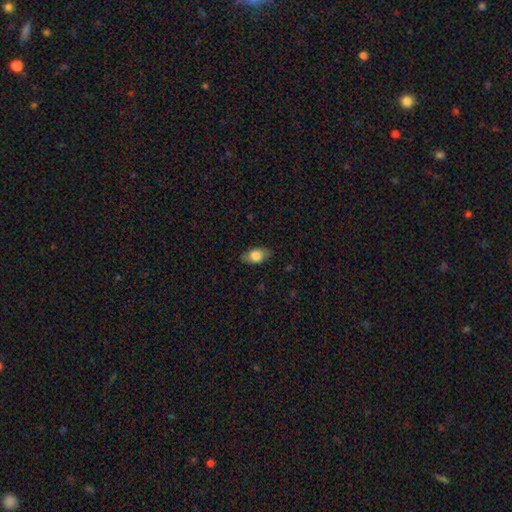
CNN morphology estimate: A smooth galaxy with no disk features (78%) that is in between round and cigar-shaped (90%). Merging: none (84%).